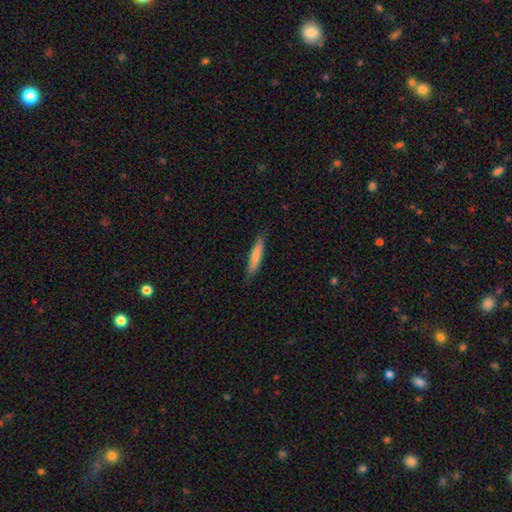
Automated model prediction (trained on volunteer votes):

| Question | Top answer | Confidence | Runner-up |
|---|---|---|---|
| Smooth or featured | smooth | 74% | featured or disk (20%) |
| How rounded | cigar-shaped | 89% | in between (10%) |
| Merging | none | 85% | minor disturbance (12%) |